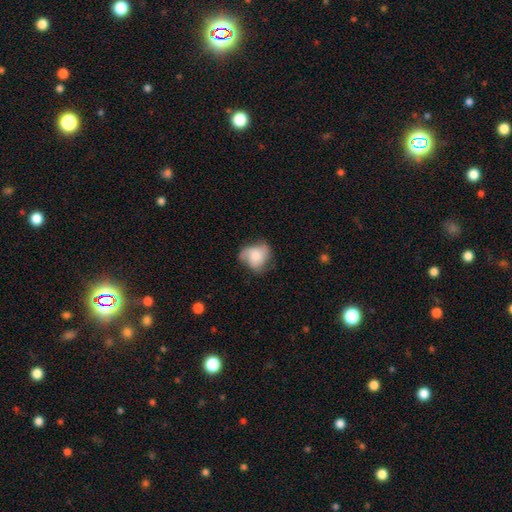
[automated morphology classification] smooth 55%, featured or disk 37%, star or artifact 8%. Down the decision tree: how rounded — in between (51%); merging — none (49%).